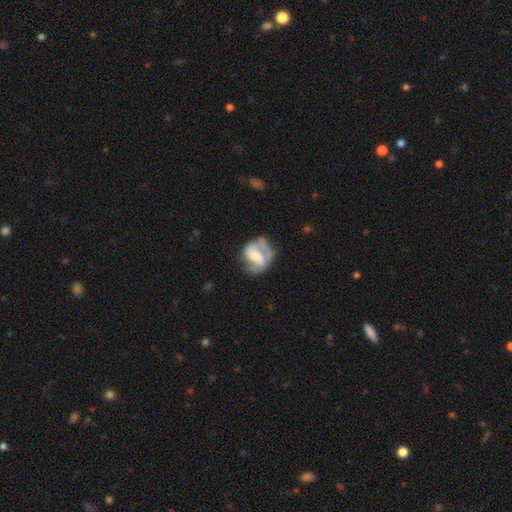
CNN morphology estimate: Overall: featured or disk (69%). Edge-on disk: no (98%). Bar: weak (42%; no 39%). Spiral arms: yes (83%). Spiral arm count: 2 (72%). Spiral winding: medium (46%; loose 28%). Bulge size: moderate (48%; small 38%). Merging: none (49%; minor disturbance 26%).